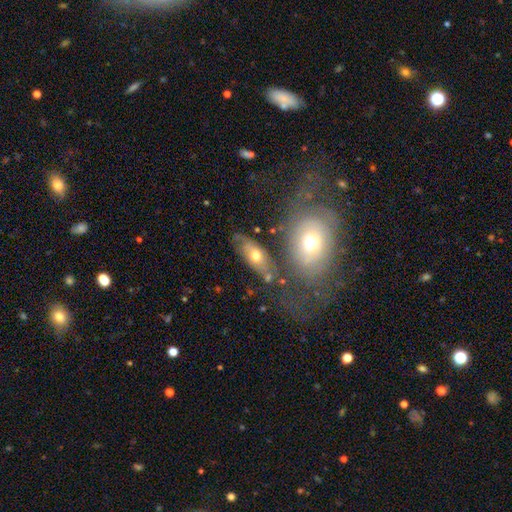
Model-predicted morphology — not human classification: type=smooth (51%); roundness=in between (79%); merging=none (60%).